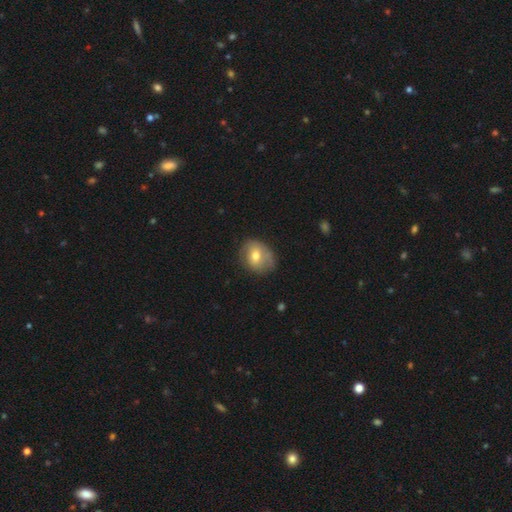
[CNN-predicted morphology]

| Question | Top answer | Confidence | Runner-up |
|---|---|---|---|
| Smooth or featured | smooth | 63% | featured or disk (29%) |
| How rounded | round | 54% | in between (45%) |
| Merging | none | 61% | minor disturbance (28%) |